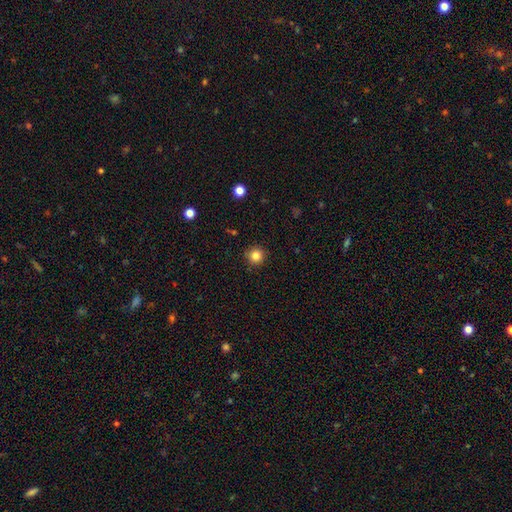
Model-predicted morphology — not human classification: Smooth or featured? Predicted: smooth (p=0.84). How rounded? Predicted: round (p=0.94). Merging? Predicted: none (p=0.89).